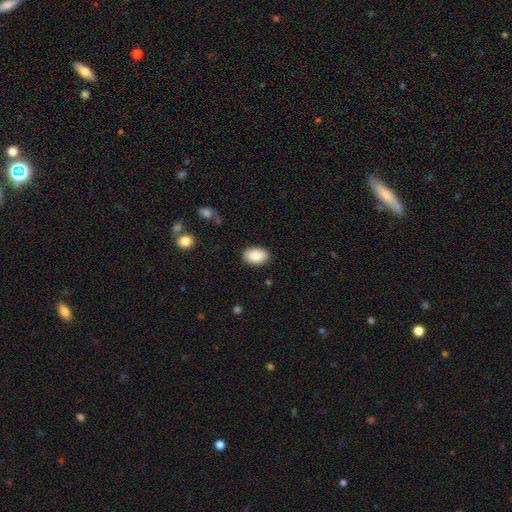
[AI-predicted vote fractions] Smooth or featured?
  - smooth: 89% *
  - star or artifact: 7%
  - featured or disk: 4%
How rounded?
  - in between: 89% *
  - round: 10%
  - cigar-shaped: 1%
Merging?
  - none: 87% *
  - minor disturbance: 10%
  - major disturbance: 2%
  - merger: 1%